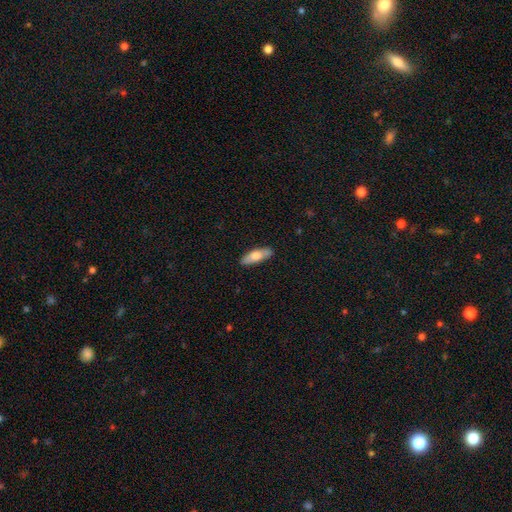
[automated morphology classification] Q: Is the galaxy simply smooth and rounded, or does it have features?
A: smooth — 69%.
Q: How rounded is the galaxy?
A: in between — 59%.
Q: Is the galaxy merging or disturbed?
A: none — 86%.